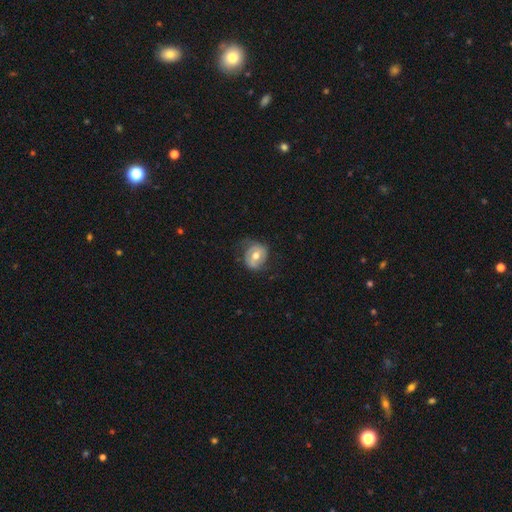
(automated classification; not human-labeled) Smooth or featured? Predicted: featured or disk (p=0.51). Edge-on disk? Predicted: no (p=0.96). Merging? Predicted: none (p=0.62).